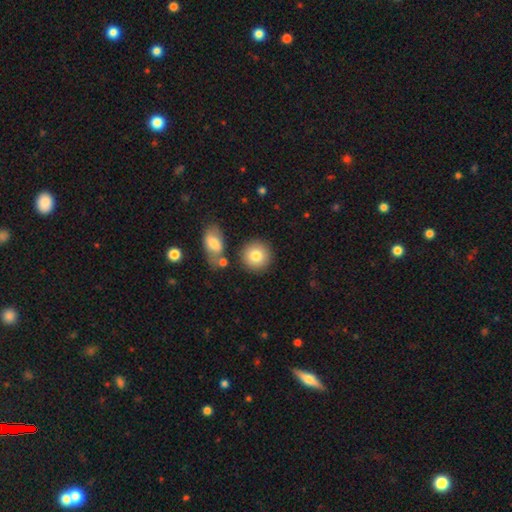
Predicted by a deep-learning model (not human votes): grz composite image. It shows a smooth galaxy with no disk features (81%) that is round (91%). Merging: none (81%).